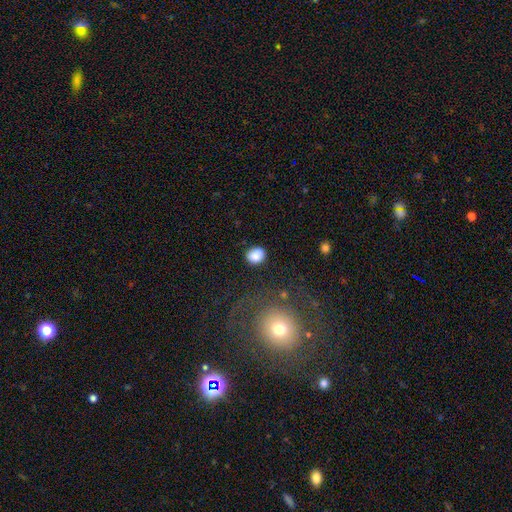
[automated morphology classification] Smooth or featured: smooth — 85% (star or artifact — 9%)
How rounded: round — 63% (in between — 36%)
Merging: none — 82% (minor disturbance — 12%)